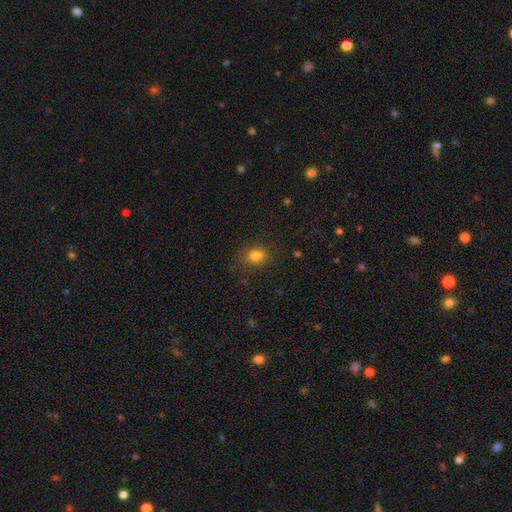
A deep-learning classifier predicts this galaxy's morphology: Smooth or featured? Predicted: smooth (p=0.82). How rounded? Predicted: in between (p=0.58). Merging? Predicted: none (p=0.83).